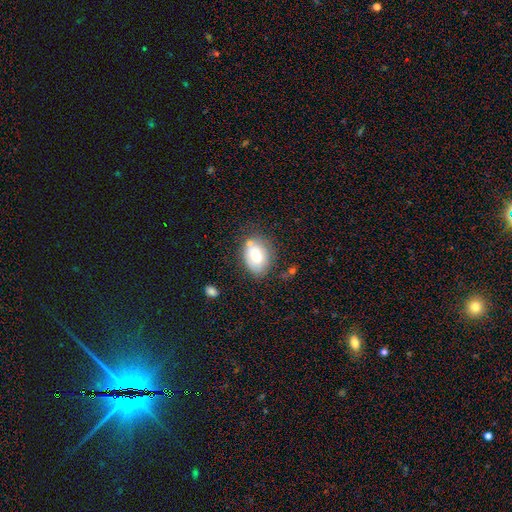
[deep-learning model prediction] Q: Smooth or featured?
A: smooth (65%); runner-up: featured or disk (27%)
Q: How rounded?
A: in between (73%); runner-up: round (26%)
Q: Merging?
A: none (61%); runner-up: minor disturbance (24%)